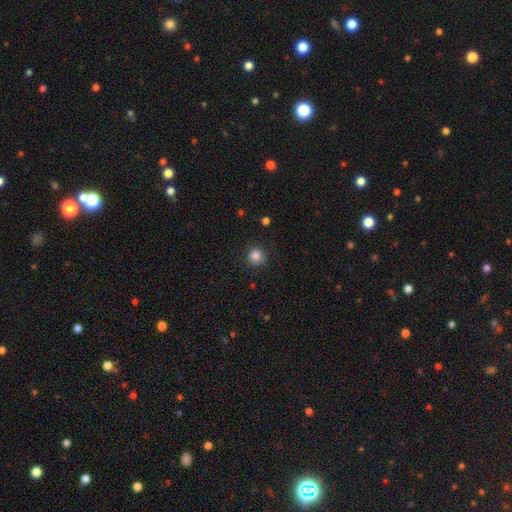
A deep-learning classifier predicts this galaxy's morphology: Q: Smooth or featured?
A: smooth (85%); runner-up: star or artifact (11%)
Q: How rounded?
A: round (94%); runner-up: in between (5%)
Q: Merging?
A: none (90%); runner-up: minor disturbance (6%)